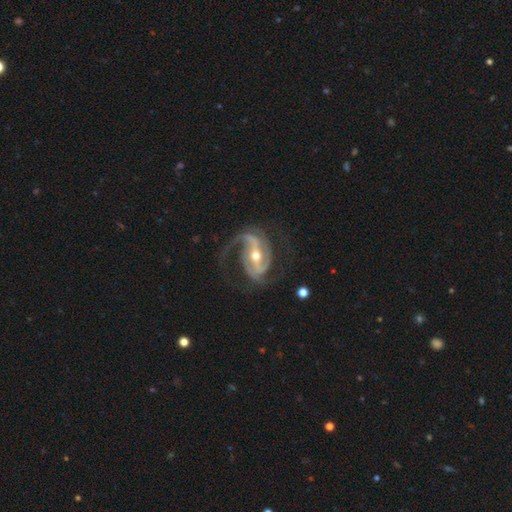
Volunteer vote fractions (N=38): smooth_or_featured: featured or disk (p=0.95) [alt: smooth p=0.05]
disk_edge_on: no (p=1.00)
bar: strong (p=0.69) [alt: weak p=0.19]
has_spiral_arms: yes (p=0.97) [alt: no p=0.03]
spiral_winding: medium (p=0.60) [alt: loose p=0.26]
spiral_arm_count: 2 (p=0.66) [alt: 3 p=0.29]
bulge_size: moderate (p=0.69) [alt: small p=0.28]
merging: none (p=0.42) [alt: major disturbance p=0.29]